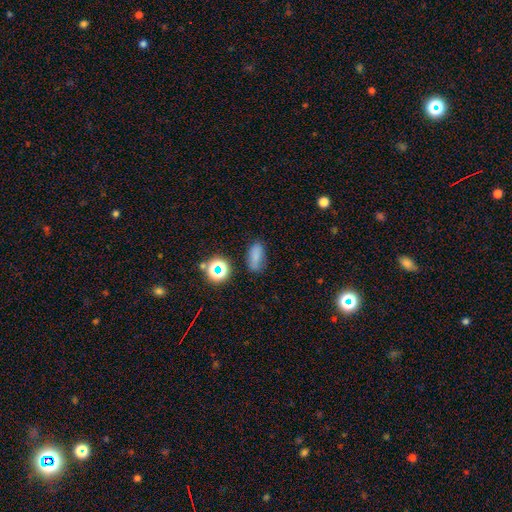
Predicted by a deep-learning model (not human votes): This appears to be a smooth galaxy with no disk features (74%) that is in between round and cigar-shaped (84%). Merging: none (70%).